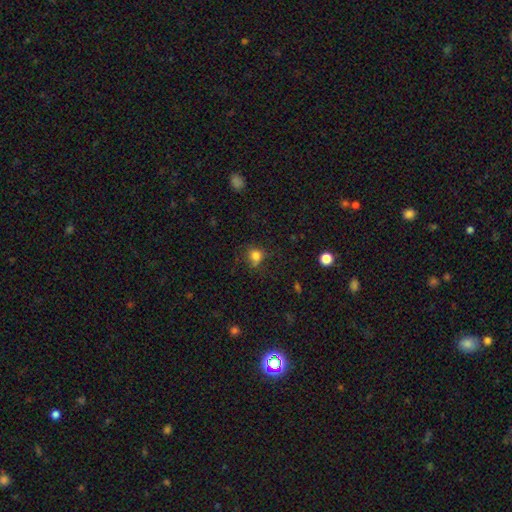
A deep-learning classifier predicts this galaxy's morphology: Smooth or featured? Predicted: smooth (p=0.78). How rounded? Predicted: round (p=0.75). Merging? Predicted: none (p=0.64).